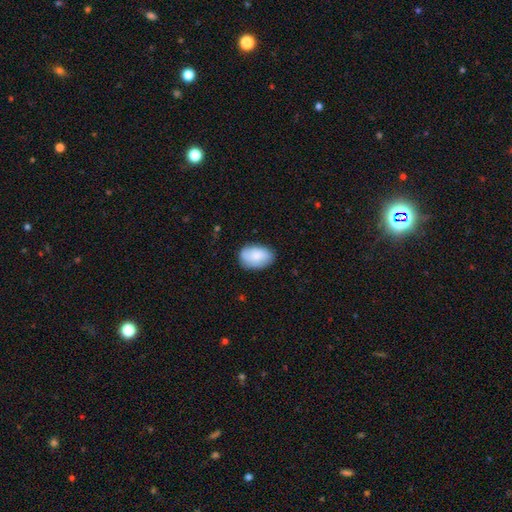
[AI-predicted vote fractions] Smooth or featured? Predicted: smooth (p=0.78). How rounded? Predicted: in between (p=0.88). Merging? Predicted: none (p=0.74).